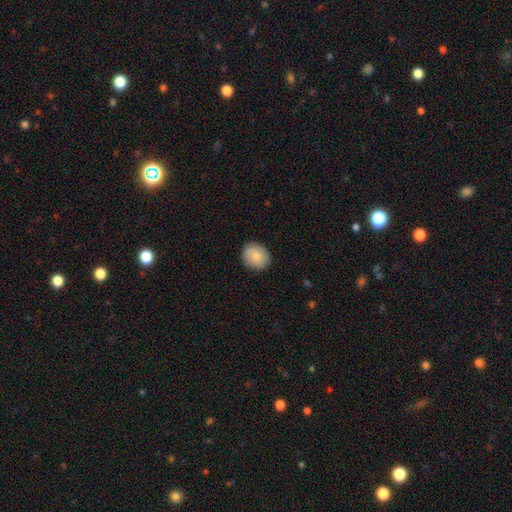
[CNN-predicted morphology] A smooth galaxy with no disk features (81%) that is round (73%). Merging: none (85%).